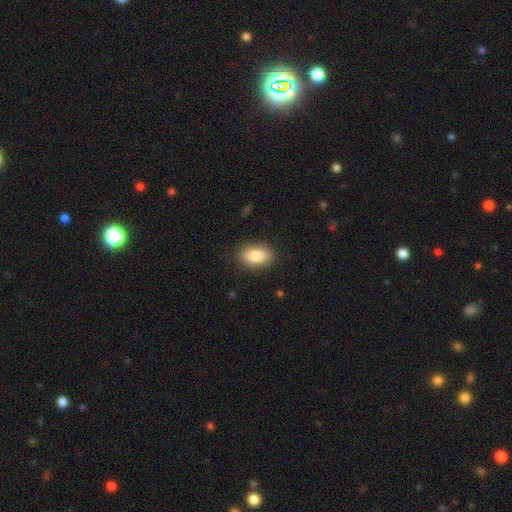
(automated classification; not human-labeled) A smooth galaxy with no disk features (84%) that is in between round and cigar-shaped (91%).

Vote fractions:
- Smooth or featured? smooth: 84% / featured or disk: 9% / star or artifact: 7%
- How rounded? in between: 91% / round: 7% / cigar-shaped: 3%
- Merging? none: 87% / minor disturbance: 9% / major disturbance: 3% / merger: 1%